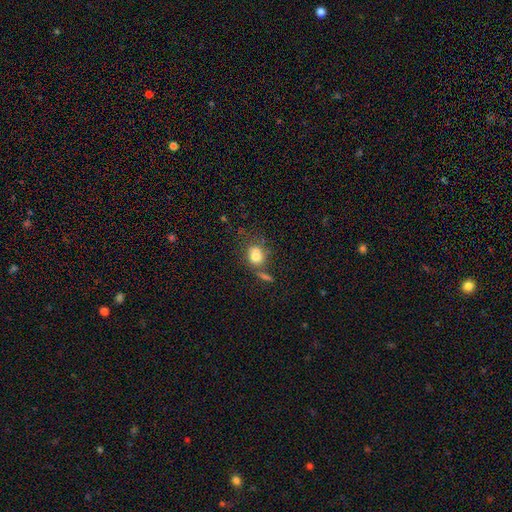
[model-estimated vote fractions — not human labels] This is likely a smooth galaxy (78%). How rounded: possibly in between (58%). Merging: possibly none (48%).